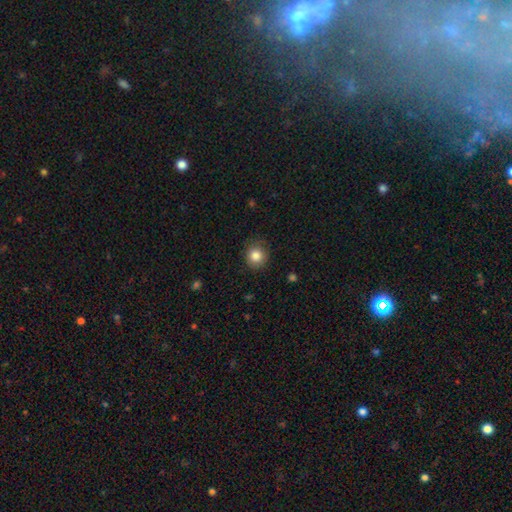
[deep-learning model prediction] Smooth or featured?
  - smooth: 85% *
  - star or artifact: 9%
  - featured or disk: 6%
How rounded?
  - round: 88% *
  - in between: 11%
  - cigar-shaped: 1%
Merging?
  - none: 84% *
  - minor disturbance: 12%
  - major disturbance: 3%
  - merger: 1%